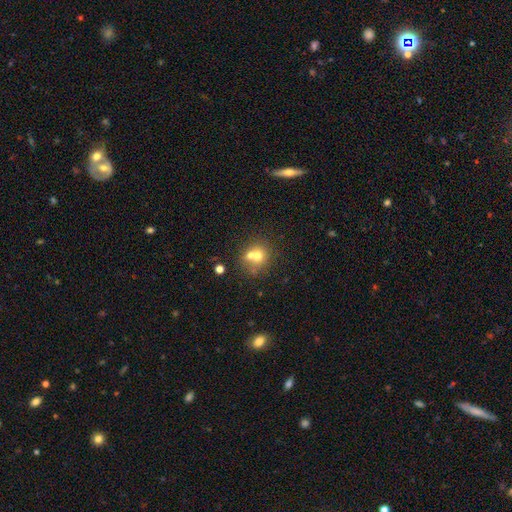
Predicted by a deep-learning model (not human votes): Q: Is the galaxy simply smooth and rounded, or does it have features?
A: smooth — 64%.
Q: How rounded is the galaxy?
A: round — 77%.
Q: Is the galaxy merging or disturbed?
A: merger — 51%.